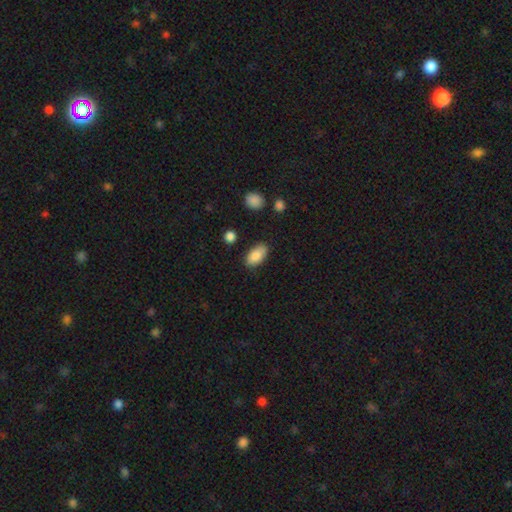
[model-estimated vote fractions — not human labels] Smooth or featured? Predicted: smooth (p=0.85). How rounded? Predicted: in between (p=0.93). Merging? Predicted: none (p=0.83).